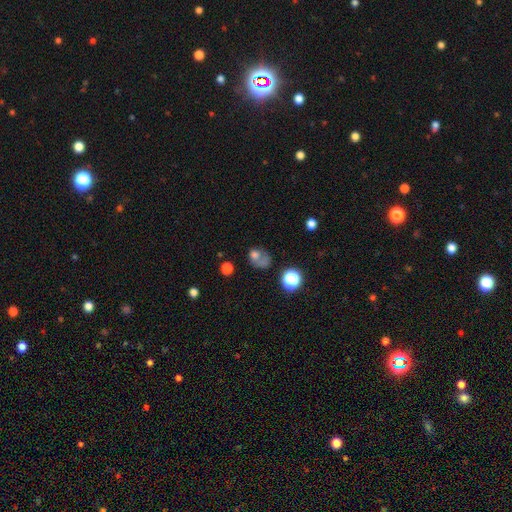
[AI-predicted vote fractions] smooth 65%, featured or disk 18%, star or artifact 17%. Down the decision tree: how rounded — round (60%); merging — none (35%).